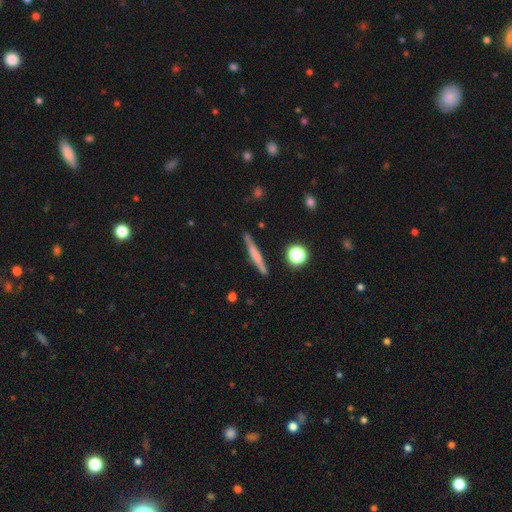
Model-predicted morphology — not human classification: This appears to be a smooth galaxy with no disk features (47%). Merging: none (87%).